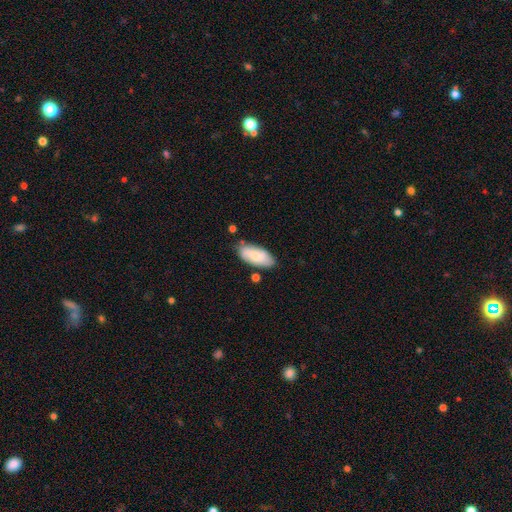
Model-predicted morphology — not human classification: Smooth or featured? Predicted: smooth (p=0.71). How rounded? Predicted: in between (p=0.89). Merging? Predicted: none (p=0.72).